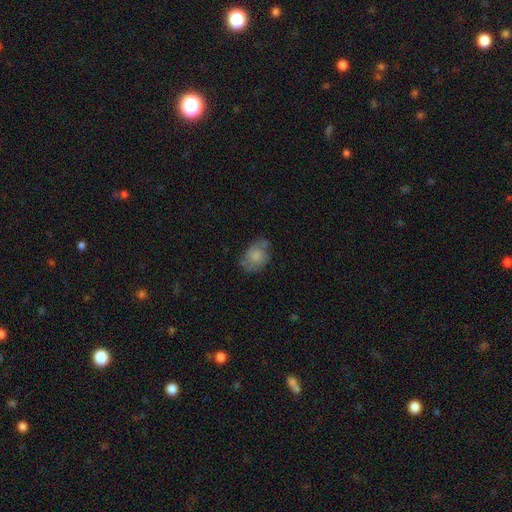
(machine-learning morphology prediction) Smooth or featured? smooth (70%)
How rounded? in between (73%)
Merging? none (55%)